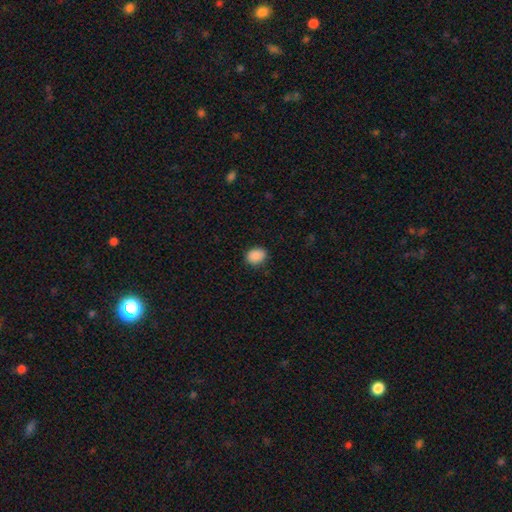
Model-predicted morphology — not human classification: smooth-or-featured: smooth: 89% | star or artifact: 8% | featured or disk: 3%
  how-rounded: in between: 60% | round: 39% | cigar-shaped: 1%
  merging: none: 84% | minor disturbance: 12% | major disturbance: 3% | merger: 1%